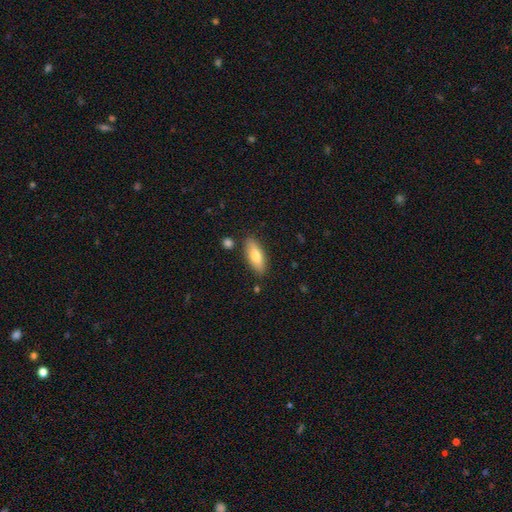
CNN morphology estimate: type=smooth (72%); roundness=in between (68%); merging=none (84%).